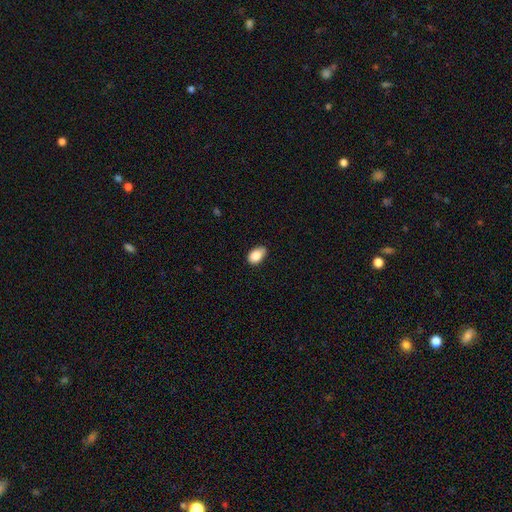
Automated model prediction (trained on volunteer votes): This appears to be a smooth galaxy with no disk features (86%) that is in between round and cigar-shaped (88%). Merging: none (70%).